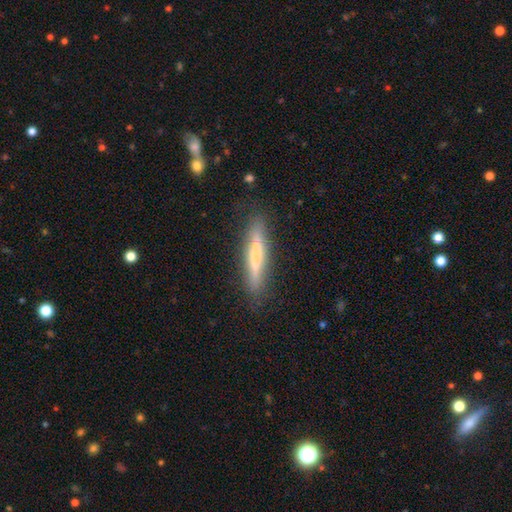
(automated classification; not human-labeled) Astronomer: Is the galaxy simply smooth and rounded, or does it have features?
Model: smooth — 51% (runner-up: featured or disk, 42%).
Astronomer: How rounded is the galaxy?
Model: cigar-shaped — 92%.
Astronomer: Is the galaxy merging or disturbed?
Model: none — 86%.